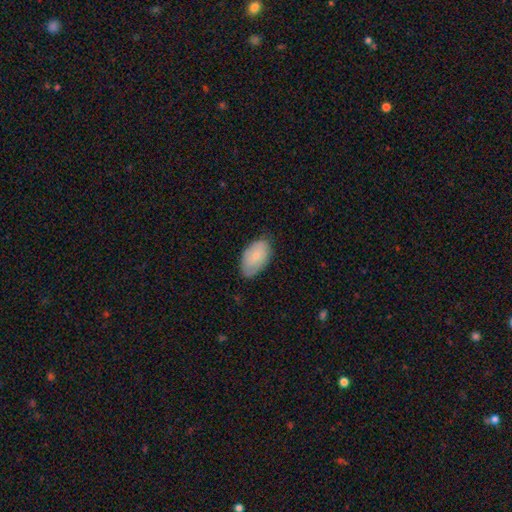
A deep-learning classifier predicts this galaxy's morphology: Smooth or featured: smooth — 73% (featured or disk — 21%)
How rounded: in between — 94% (round — 4%)
Merging: none — 73% (minor disturbance — 22%)